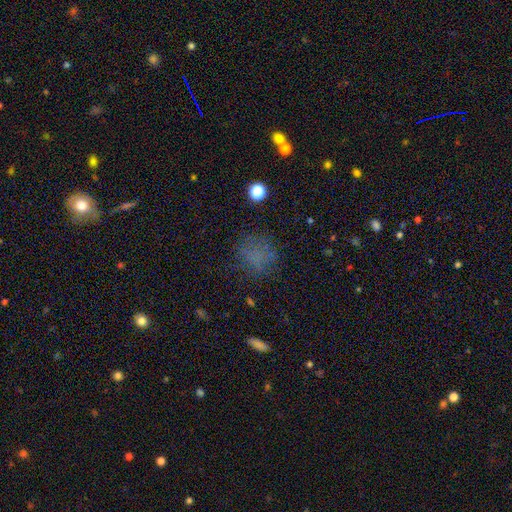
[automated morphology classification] type=smooth (65%); roundness=round (76%); merging=none (69%).